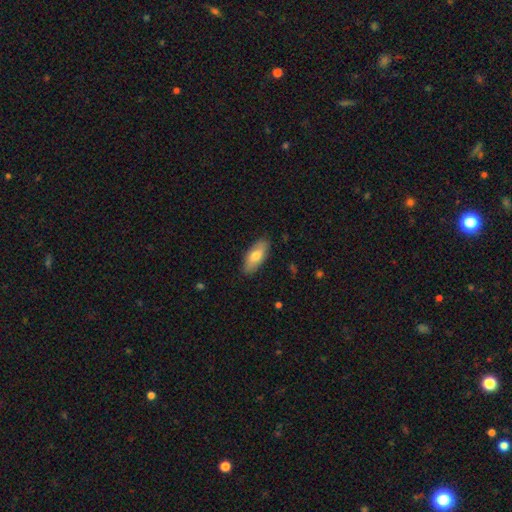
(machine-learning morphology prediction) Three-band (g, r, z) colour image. It shows a smooth galaxy with no disk features (73%) that is in between round and cigar-shaped (81%). Merging: none (85%).